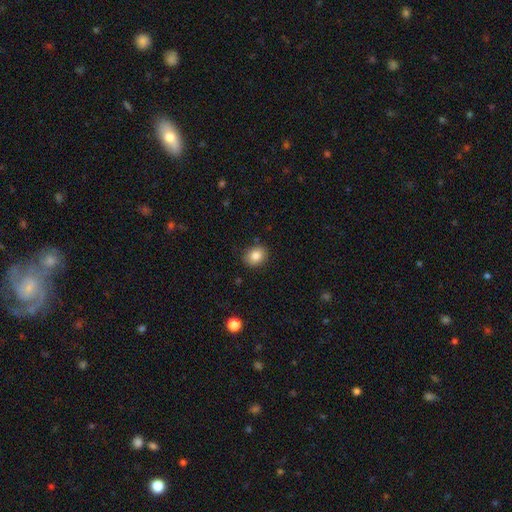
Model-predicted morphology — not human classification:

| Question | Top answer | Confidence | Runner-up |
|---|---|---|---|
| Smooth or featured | smooth | 83% | star or artifact (9%) |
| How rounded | round | 57% | in between (43%) |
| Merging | none | 85% | minor disturbance (11%) |